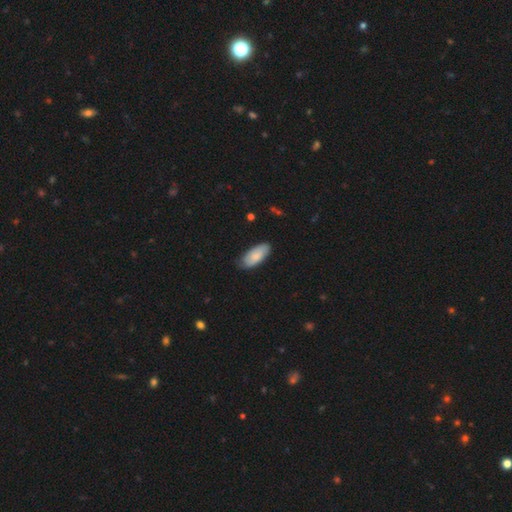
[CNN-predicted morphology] Smooth or featured? Predicted: smooth (p=0.80). How rounded? Predicted: in between (p=0.88). Merging? Predicted: none (p=0.77).